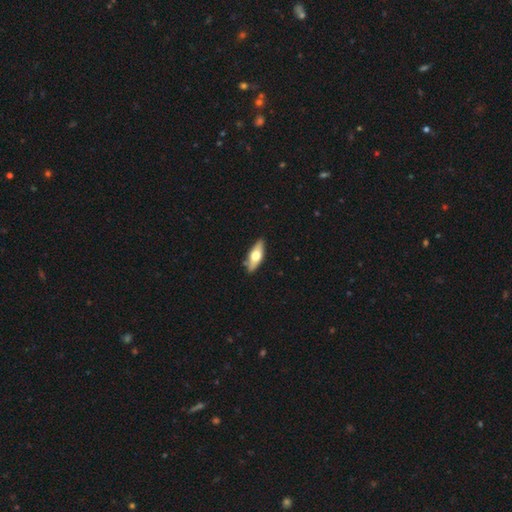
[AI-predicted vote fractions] smooth 51%, featured or disk 44%, star or artifact 5%. Down the decision tree: how rounded — in between (63%); merging — none (85%).